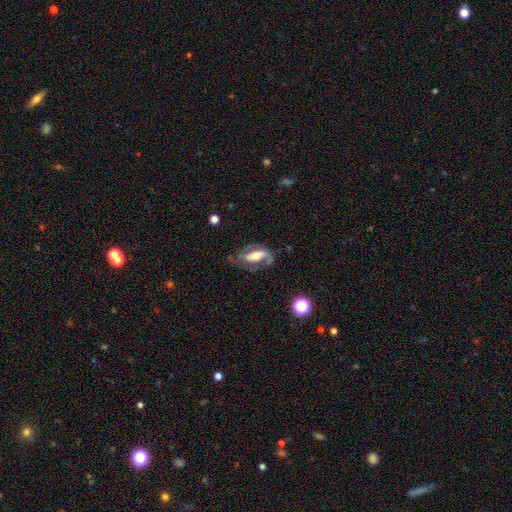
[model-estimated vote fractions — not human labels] Morphology: type=featured or disk (73%); edge-on=no (93%); bar=strong (37%); spiral arms=yes (88%); winding=medium (48%); arm count=2 (71%); bulge=moderate (46%); merging=none (57%).